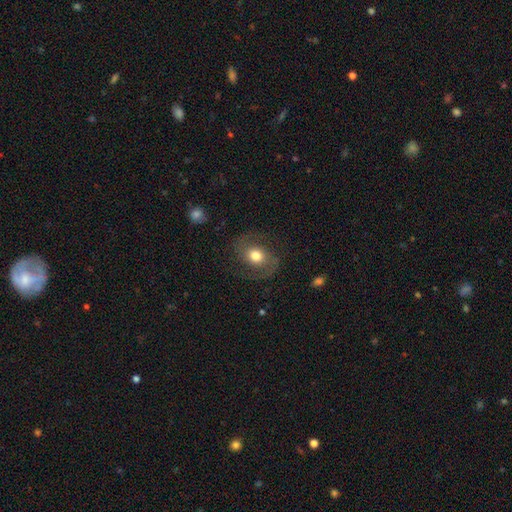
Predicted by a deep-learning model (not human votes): Smooth or featured?
  - featured or disk: 64% *
  - smooth: 28%
  - star or artifact: 9%
Edge-on disk?
  - no: 97% *
  - yes: 3%
Bar?
  - no: 66% *
  - weak: 26%
  - strong: 8%
Spiral arms?
  - yes: 87% *
  - no: 13%
Spiral winding?
  - medium: 51% *
  - loose: 32%
  - tight: 17%
Spiral arm count?
  - 2: 91% *
  - can't tell: 3%
  - 1: 2%
  - 3: 1%
  - 4: 1%
  - more than 4: 1%
Bulge size?
  - moderate: 65% *
  - large: 23%
  - small: 7%
  - dominant: 3%
  - none: 1%
Merging?
  - none: 77% *
  - minor disturbance: 13%
  - major disturbance: 9%
  - merger: 1%